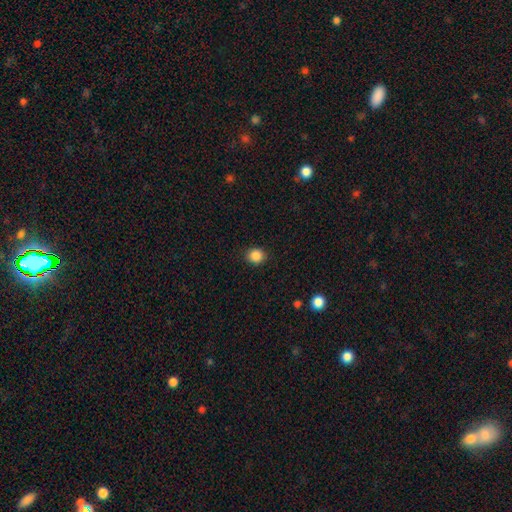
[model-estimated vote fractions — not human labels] This appears to be a smooth galaxy with no disk features (87%) that is round (84%). Merging: none (90%).